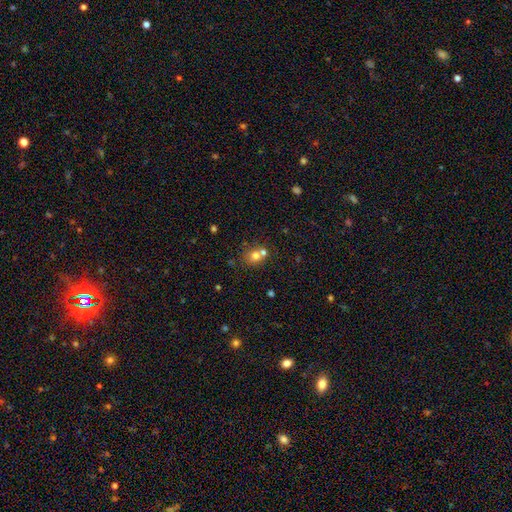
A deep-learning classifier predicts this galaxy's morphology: The model was most divided on "merging": none: 51%, merger: 37%, minor disturbance: 9%, major disturbance: 3%. More confident: how rounded — round (77%); smooth or featured — smooth (72%).